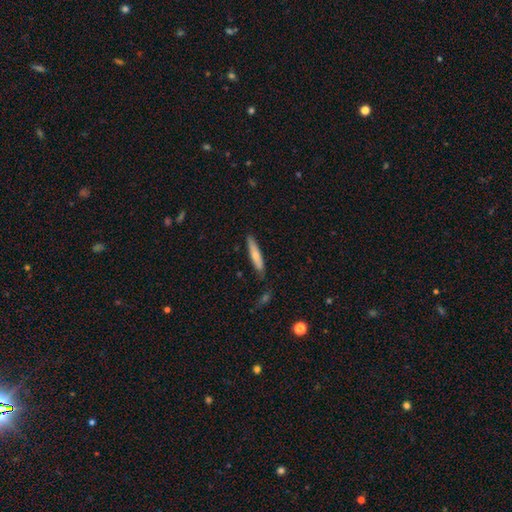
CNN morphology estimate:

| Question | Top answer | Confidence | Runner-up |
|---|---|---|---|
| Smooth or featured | smooth | 70% | featured or disk (25%) |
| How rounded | cigar-shaped | 88% | in between (11%) |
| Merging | none | 80% | minor disturbance (14%) |